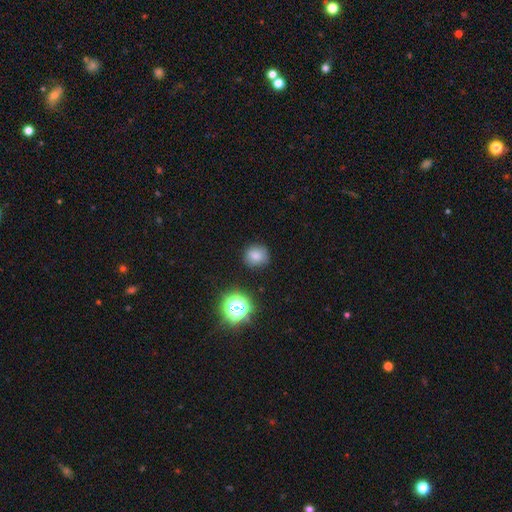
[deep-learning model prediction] smooth 77%, star or artifact 16%, featured or disk 7%. Down the decision tree: how rounded — round (85%); merging — none (85%).